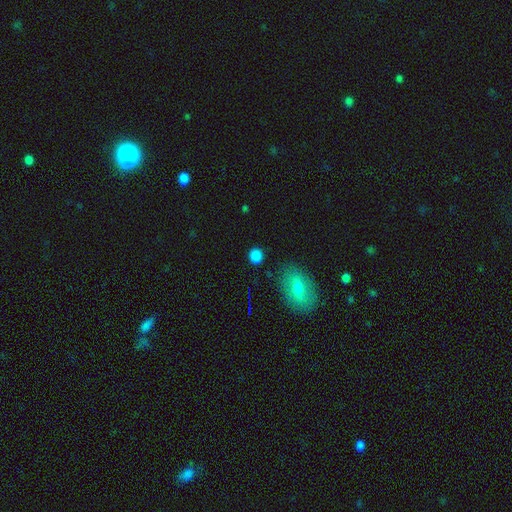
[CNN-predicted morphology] type=smooth (84%); roundness=round (84%); merging=none (86%).